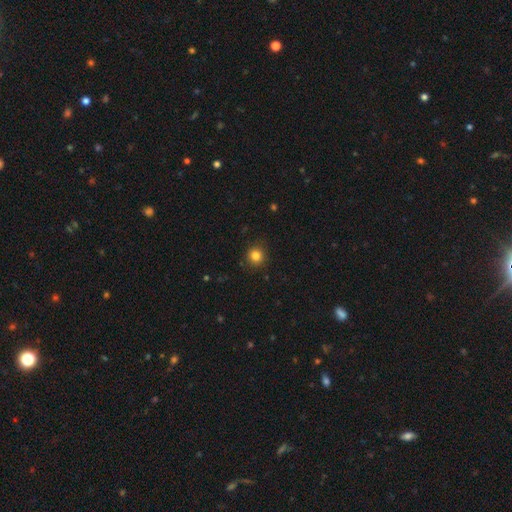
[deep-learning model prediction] smooth 83%, star or artifact 12%, featured or disk 5%. Down the decision tree: how rounded — round (92%); merging — none (89%).